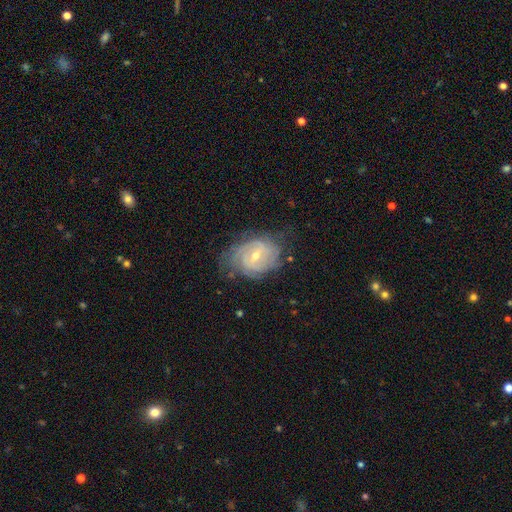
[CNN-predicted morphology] smooth-or-featured: featured or disk: 83% | smooth: 11% | star or artifact: 6%
  disk-edge-on: no: 97% | yes: 3%
    bar: weak: 54% | no: 29% | strong: 17%
    has-spiral-arms: yes: 93% | no: 7%
      spiral-winding: tight: 66% | medium: 26% | loose: 7%
      spiral-arm-count: can't tell: 39% | 2: 28% | 3: 15% | 4: 10% | more than 4: 4% | 1: 4%
    bulge-size: small: 56% | moderate: 41% | large: 1% | none: 1% | dominant: 1%
  merging: none: 66% | minor disturbance: 23% | major disturbance: 10% | merger: 1%